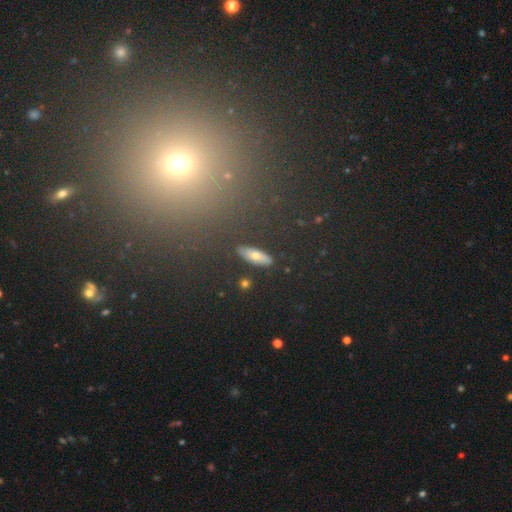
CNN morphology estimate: type=smooth (56%); roundness=in between (54%); merging=none (87%).